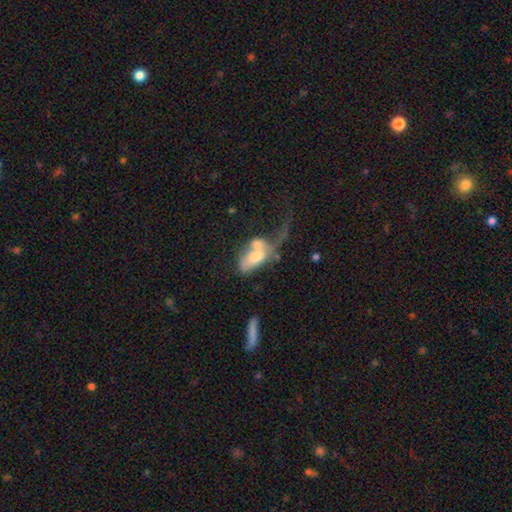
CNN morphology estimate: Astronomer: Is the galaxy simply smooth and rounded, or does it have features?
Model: smooth — 55% (runner-up: featured or disk, 37%).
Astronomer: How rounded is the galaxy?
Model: in between — 89%.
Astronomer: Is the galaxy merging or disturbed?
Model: merger — 49% (runner-up: major disturbance, 32%).